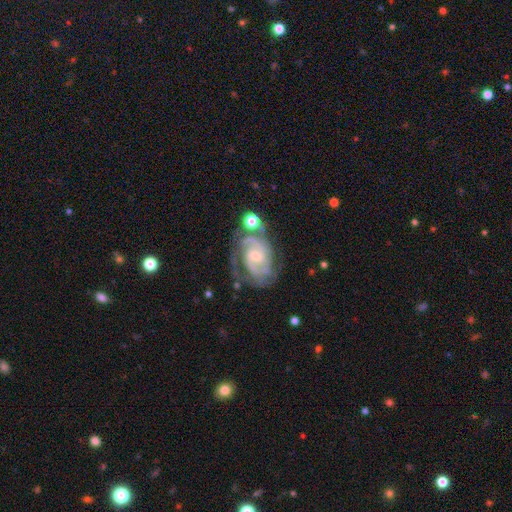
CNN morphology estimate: type=featured or disk (91%); edge-on=no (98%); bar=no (46%); spiral arms=yes (98%); winding=tight (57%); arm count=2 (63%); bulge=small (64%); merging=none (62%).